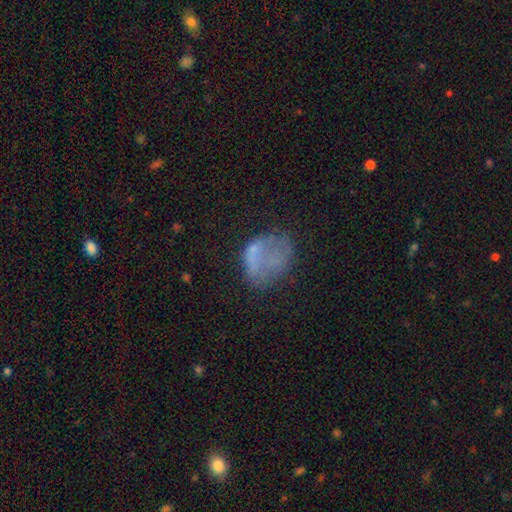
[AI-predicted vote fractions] Smooth or featured: smooth — 51% (featured or disk — 35%)
How rounded: in between — 62% (round — 37%)
Merging: none — 38% (major disturbance — 30%)